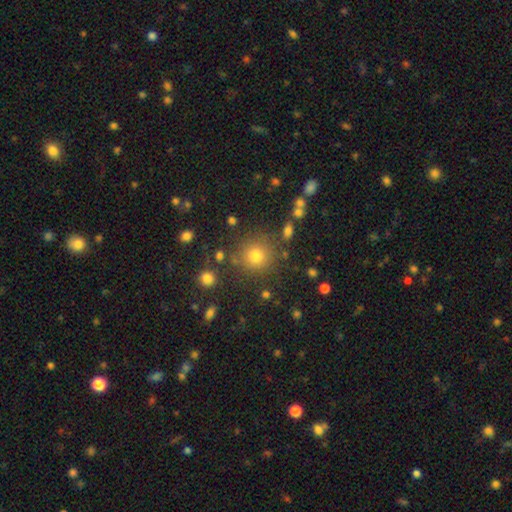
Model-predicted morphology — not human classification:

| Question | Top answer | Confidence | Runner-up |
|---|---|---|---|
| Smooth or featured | smooth | 70% | star or artifact (23%) |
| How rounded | round | 94% | in between (5%) |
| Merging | none | 85% | minor disturbance (8%) |